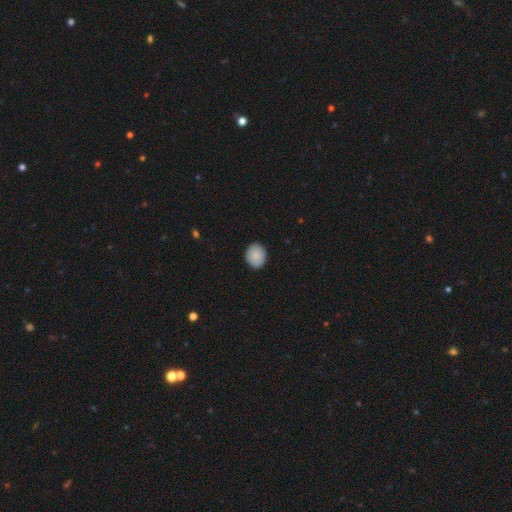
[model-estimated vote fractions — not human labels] The model was most divided on "how rounded": round: 63%, in between: 36%, cigar-shaped: 1%. More confident: merging — none (90%); smooth or featured — smooth (86%).